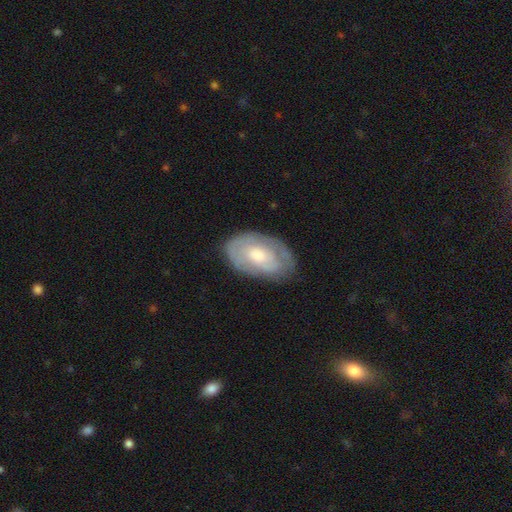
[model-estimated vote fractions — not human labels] Q: Smooth or featured?
A: featured or disk (64%); runner-up: smooth (28%)
Q: Edge-on disk?
A: no (94%); runner-up: yes (6%)
Q: Bar?
A: no (65%); runner-up: weak (27%)
Q: Spiral arms?
A: yes (66%); runner-up: no (34%)
Q: Bulge size?
A: moderate (61%); runner-up: small (18%)
Q: Merging?
A: none (78%); runner-up: minor disturbance (16%)